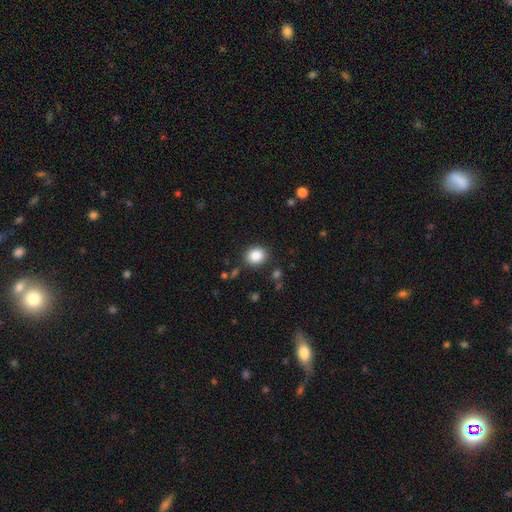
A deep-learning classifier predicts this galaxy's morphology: A smooth galaxy with no disk features (87%) that is round (74%). Merging: none (85%).